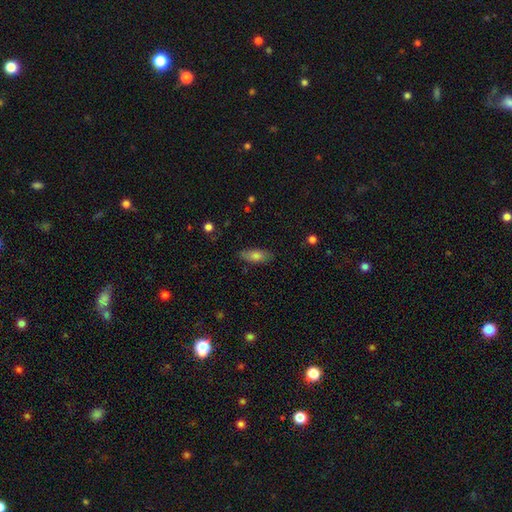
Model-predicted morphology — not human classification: smooth-or-featured: smooth: 74% | featured or disk: 18% | star or artifact: 8%
  how-rounded: in between: 75% | cigar-shaped: 22% | round: 3%
  merging: none: 81% | minor disturbance: 15% | major disturbance: 3% | merger: 1%